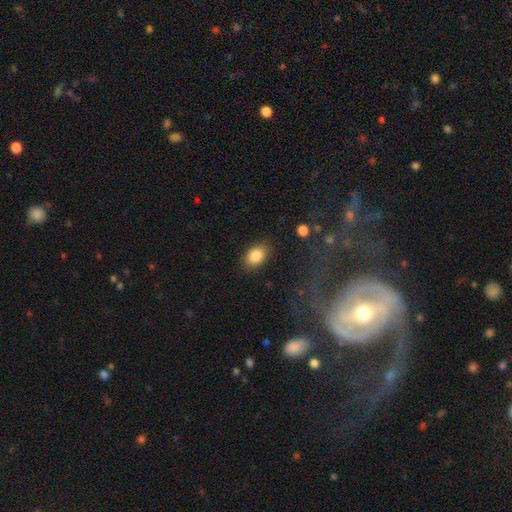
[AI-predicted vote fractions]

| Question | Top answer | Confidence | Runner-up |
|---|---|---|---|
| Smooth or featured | smooth | 86% | star or artifact (8%) |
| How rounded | in between | 83% | round (15%) |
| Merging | none | 84% | minor disturbance (11%) |